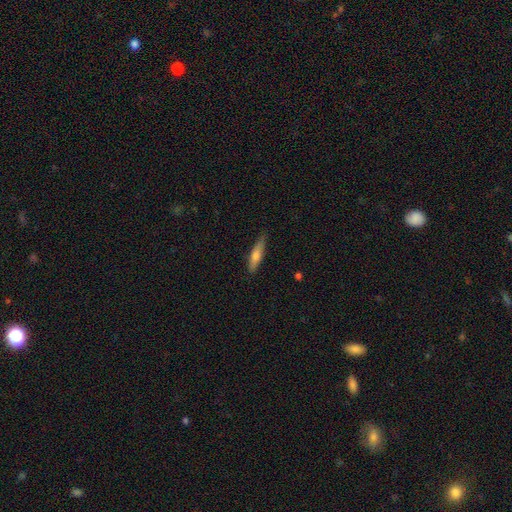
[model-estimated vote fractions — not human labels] A smooth galaxy with no disk features (59%) that is cigar-shaped (80%). Merging: none (85%).